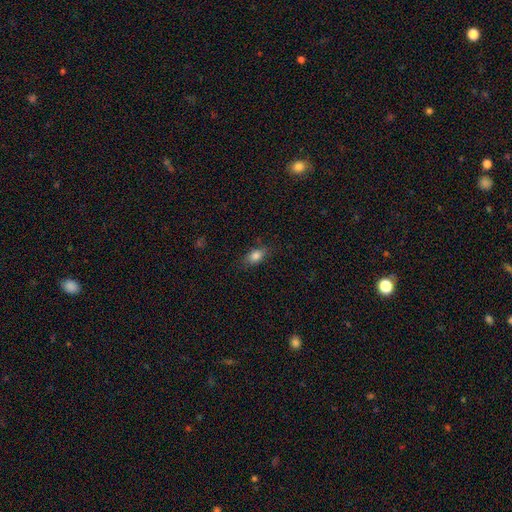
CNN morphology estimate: Smooth or featured? smooth (83%)
How rounded? in between (83%)
Merging? none (79%)